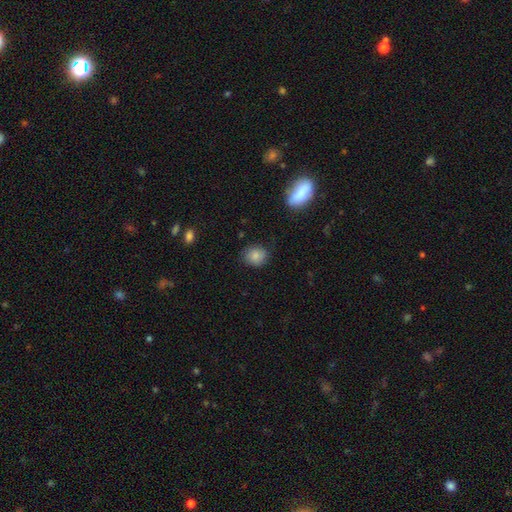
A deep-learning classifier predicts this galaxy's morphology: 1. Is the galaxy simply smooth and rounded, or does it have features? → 83% smooth, 9% star or artifact, 7% featured or disk.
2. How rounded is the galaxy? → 73% round, 25% in between, 1% cigar-shaped.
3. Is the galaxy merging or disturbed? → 81% none, 15% minor disturbance, 3% major disturbance, 1% merger.